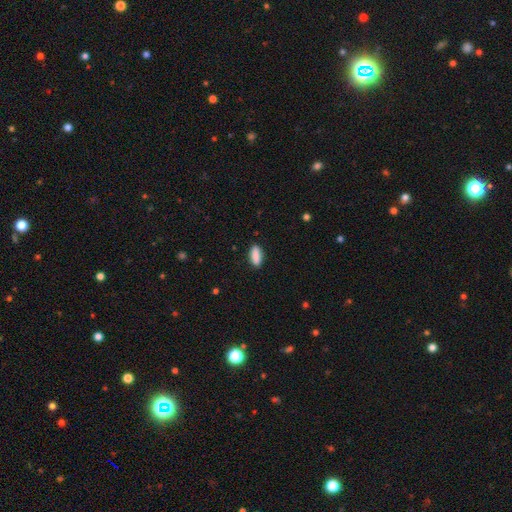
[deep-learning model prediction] Morphology: type=smooth (89%); roundness=in between (74%); merging=none (88%).